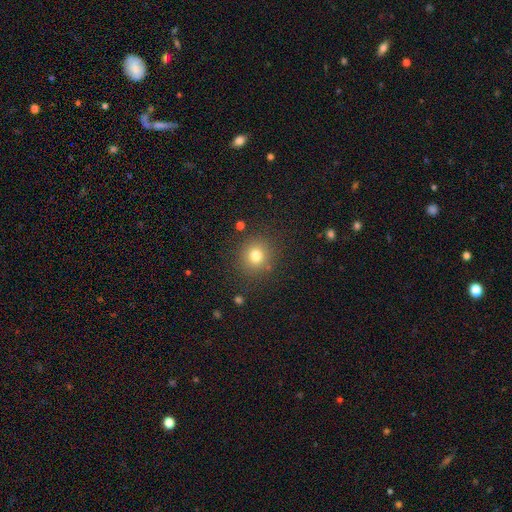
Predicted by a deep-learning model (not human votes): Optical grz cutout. It shows a smooth galaxy with no disk features (77%) that is round (89%). Merging: none (87%).